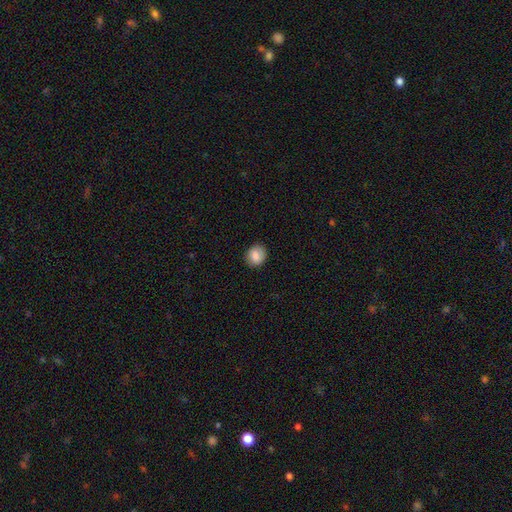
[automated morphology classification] Q: Smooth or featured?
A: smooth (85%); runner-up: star or artifact (8%)
Q: How rounded?
A: round (69%); runner-up: in between (30%)
Q: Merging?
A: none (87%); runner-up: minor disturbance (10%)